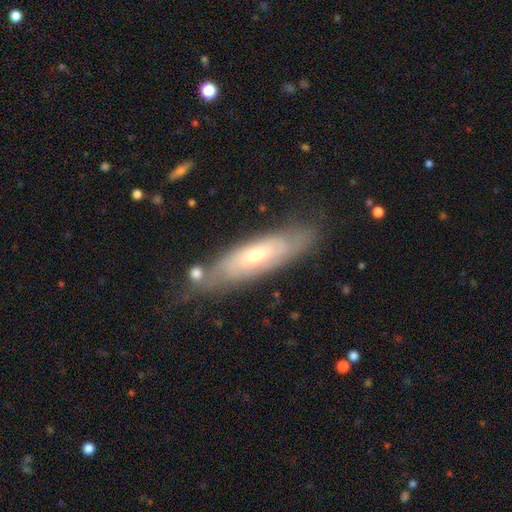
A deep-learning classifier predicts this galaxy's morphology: This is possibly a featured or disk galaxy (58%). It is likely not viewed edge-on (66%). Merging: likely none (71%).